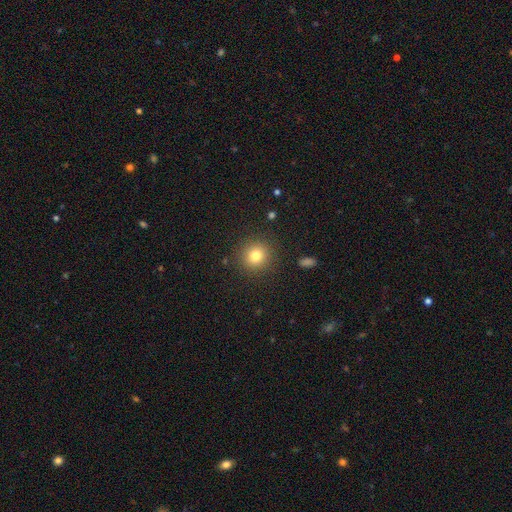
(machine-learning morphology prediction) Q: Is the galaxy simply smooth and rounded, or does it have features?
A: smooth — 80%.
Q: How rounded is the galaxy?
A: round — 91%.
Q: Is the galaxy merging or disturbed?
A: none — 90%.